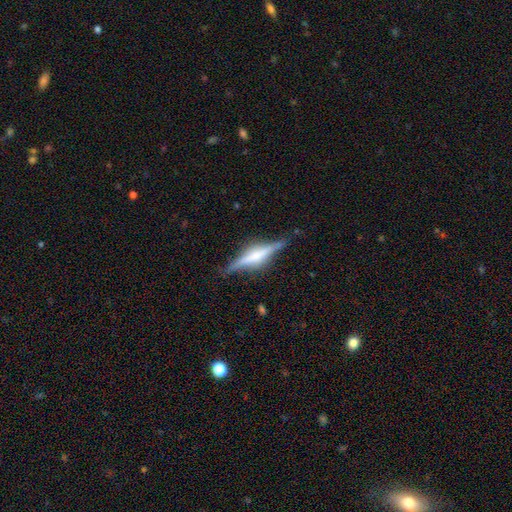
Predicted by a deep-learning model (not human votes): This appears to be a featured or disk galaxy (74%) viewed edge-on (96%) with a rounded central bulge (66%). Merging: none (84%).